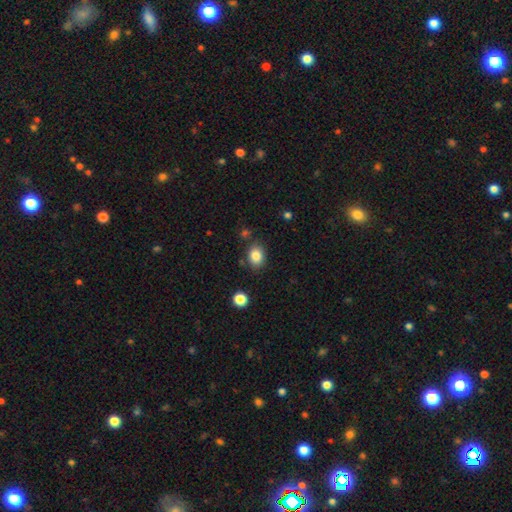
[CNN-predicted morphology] A smooth galaxy with no disk features (85%) that is in between round and cigar-shaped (59%). Merging: none (80%).